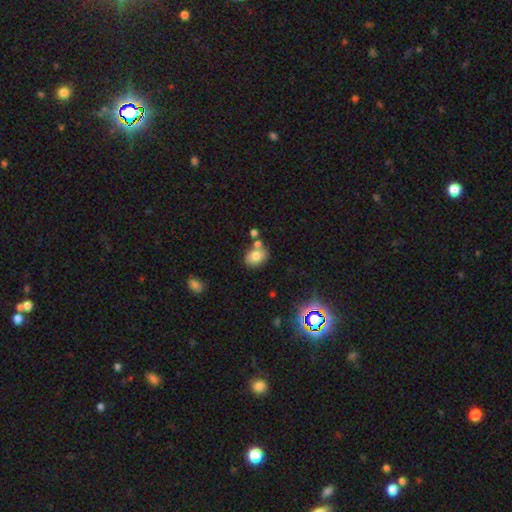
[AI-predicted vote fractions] Morphology: type=smooth (77%); roundness=in between (54%); merging=none (61%).